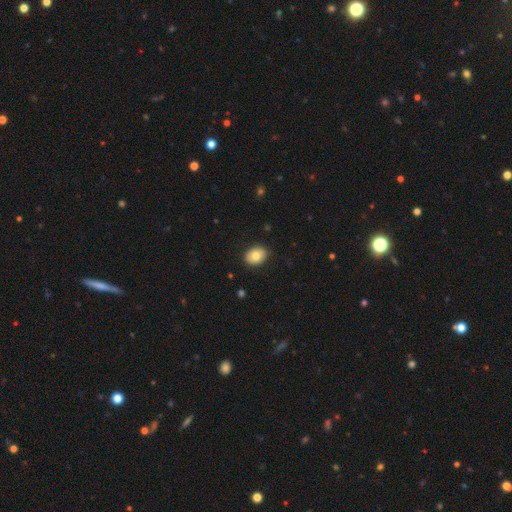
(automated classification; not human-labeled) A smooth galaxy with no disk features (78%) that is in between round and cigar-shaped (64%). Merging: none (88%).